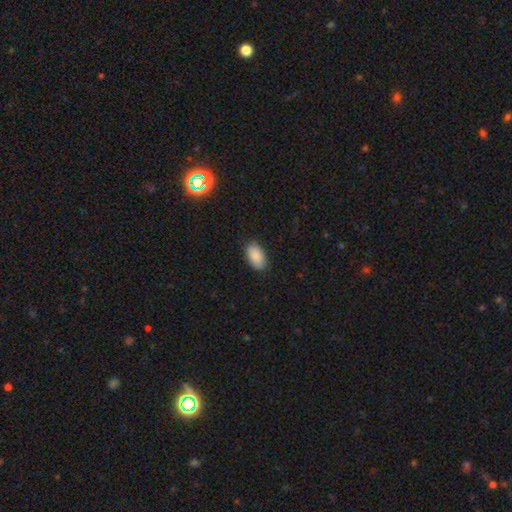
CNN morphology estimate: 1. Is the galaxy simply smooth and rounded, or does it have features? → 90% smooth, 7% star or artifact, 4% featured or disk.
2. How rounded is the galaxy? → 94% in between, 4% round, 1% cigar-shaped.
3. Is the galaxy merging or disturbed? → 86% none, 11% minor disturbance, 2% major disturbance, 1% merger.